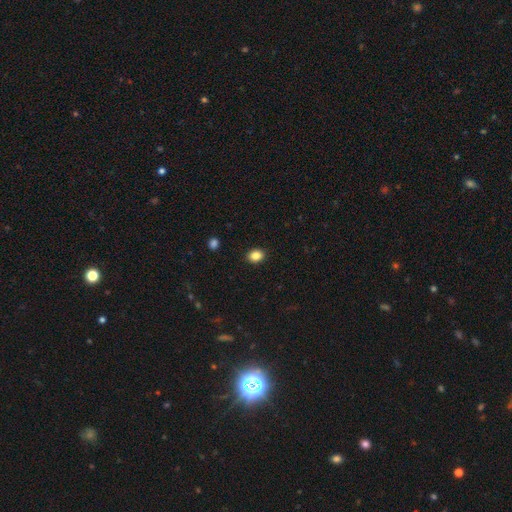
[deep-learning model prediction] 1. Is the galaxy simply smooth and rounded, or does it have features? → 87% smooth, 10% star or artifact, 4% featured or disk.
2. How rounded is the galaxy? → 56% in between, 43% round, 1% cigar-shaped.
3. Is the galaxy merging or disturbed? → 90% none, 7% minor disturbance, 2% major disturbance, 1% merger.